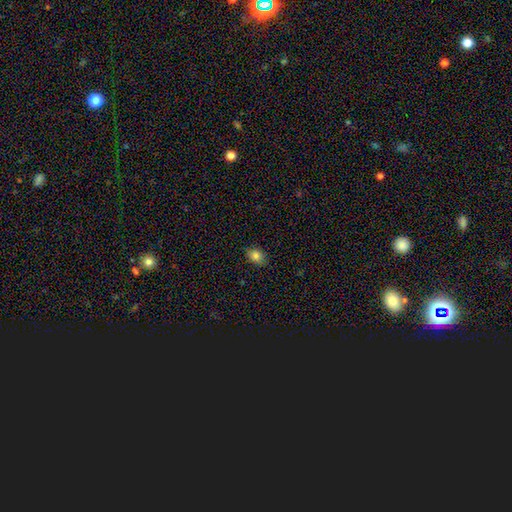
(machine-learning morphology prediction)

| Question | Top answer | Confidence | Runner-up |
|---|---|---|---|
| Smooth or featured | smooth | 82% | star or artifact (11%) |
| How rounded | in between | 63% | round (35%) |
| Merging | none | 85% | minor disturbance (12%) |